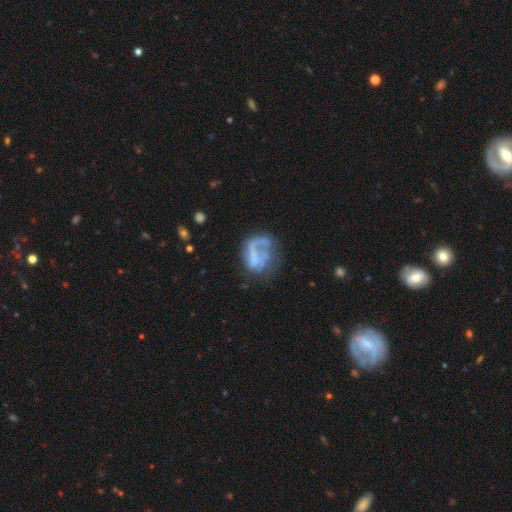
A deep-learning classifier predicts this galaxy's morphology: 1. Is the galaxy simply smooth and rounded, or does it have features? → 56% featured or disk, 33% smooth, 11% star or artifact.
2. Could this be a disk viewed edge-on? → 98% no, 2% yes.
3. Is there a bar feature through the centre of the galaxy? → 71% no, 20% weak, 10% strong.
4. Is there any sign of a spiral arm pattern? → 65% no, 35% yes.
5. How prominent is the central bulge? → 69% none, 15% small, 11% moderate, 4% large, 2% dominant.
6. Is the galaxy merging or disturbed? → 40% major disturbance, 33% none, 20% minor disturbance, 7% merger.